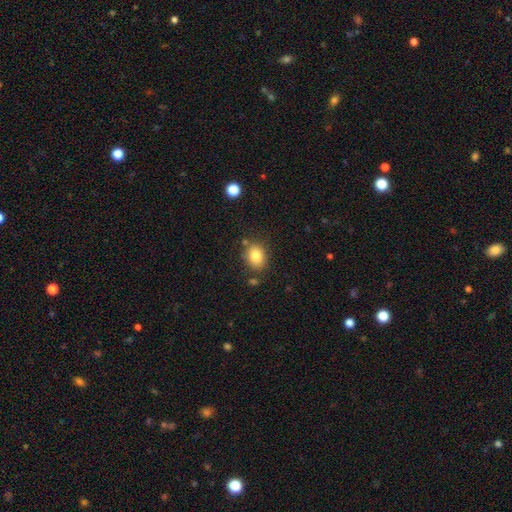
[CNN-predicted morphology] The model was most divided on "how rounded": in between: 59%, round: 40%, cigar-shaped: 1%. More confident: smooth or featured — smooth (83%); merging — none (78%).